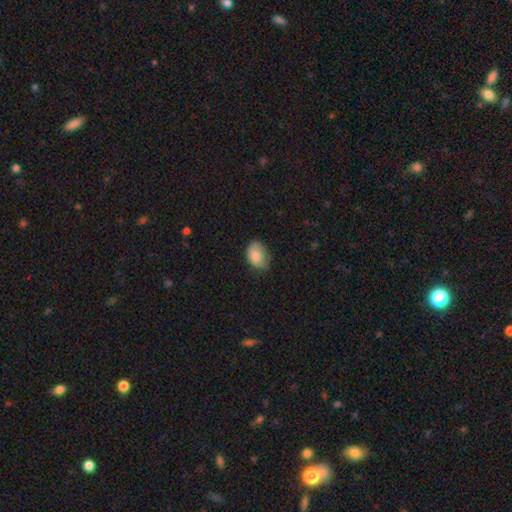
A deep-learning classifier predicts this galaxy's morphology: Smooth or featured? smooth (82%)
How rounded? in between (80%)
Merging? none (56%)